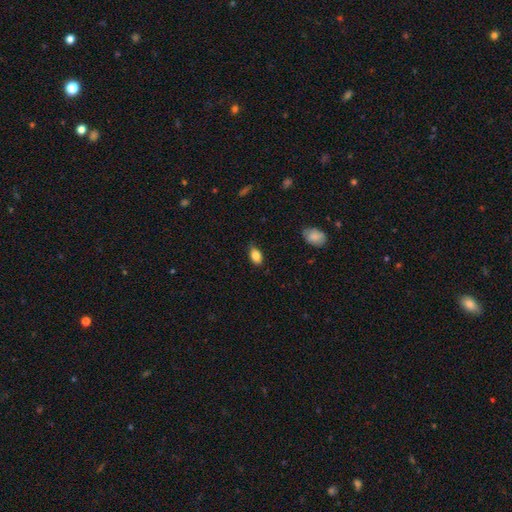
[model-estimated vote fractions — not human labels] A smooth galaxy with no disk features (86%) that is in between round and cigar-shaped (87%).

Vote fractions:
- Smooth or featured? smooth: 86% / star or artifact: 8% / featured or disk: 6%
- How rounded? in between: 87% / round: 11% / cigar-shaped: 2%
- Merging? none: 74% / minor disturbance: 21% / major disturbance: 3% / merger: 1%